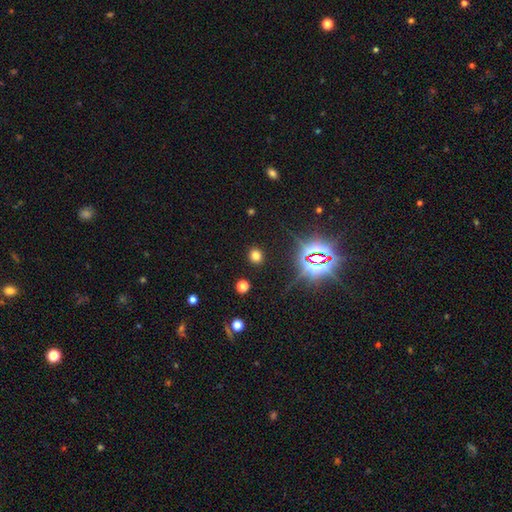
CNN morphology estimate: Smooth or featured: smooth — 68% (star or artifact — 25%)
How rounded: round — 82% (in between — 16%)
Merging: none — 89% (minor disturbance — 6%)